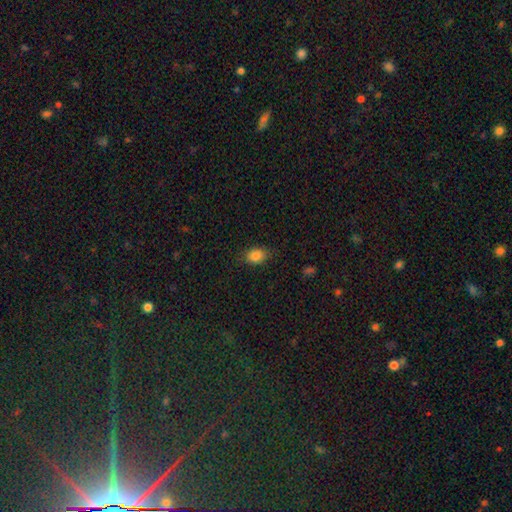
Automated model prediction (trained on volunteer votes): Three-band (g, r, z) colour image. It shows a smooth galaxy with no disk features (86%) that is in between round and cigar-shaped (75%). Merging: none (82%).